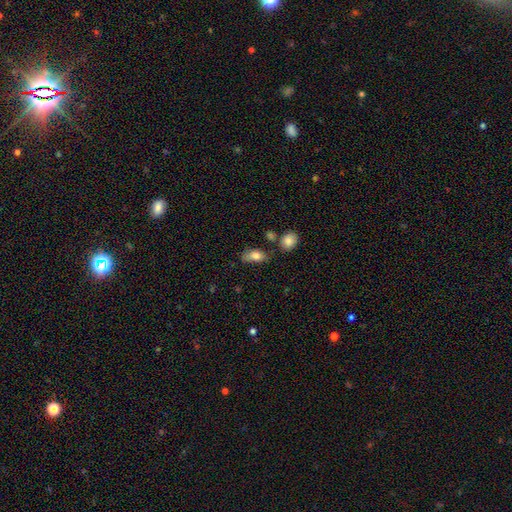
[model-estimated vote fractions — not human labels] A smooth galaxy with no disk features (79%) that is in between round and cigar-shaped (87%).

Vote fractions:
- Smooth or featured? smooth: 79% / featured or disk: 14% / star or artifact: 7%
- How rounded? in between: 87% / cigar-shaped: 7% / round: 6%
- Merging? none: 57% / minor disturbance: 25% / merger: 10% / major disturbance: 8%